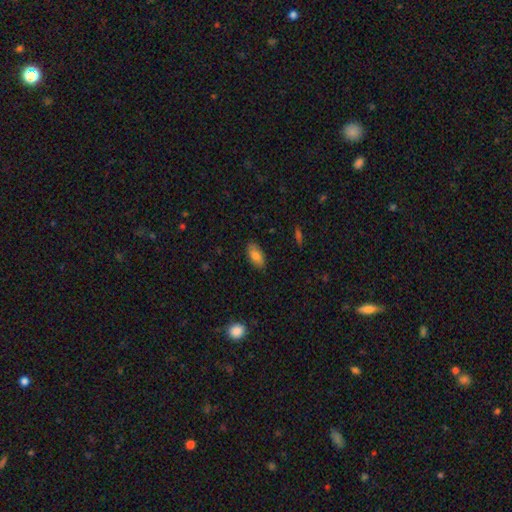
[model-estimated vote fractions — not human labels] smooth 82%, featured or disk 11%, star or artifact 7%. Down the decision tree: how rounded — in between (90%); merging — none (85%).